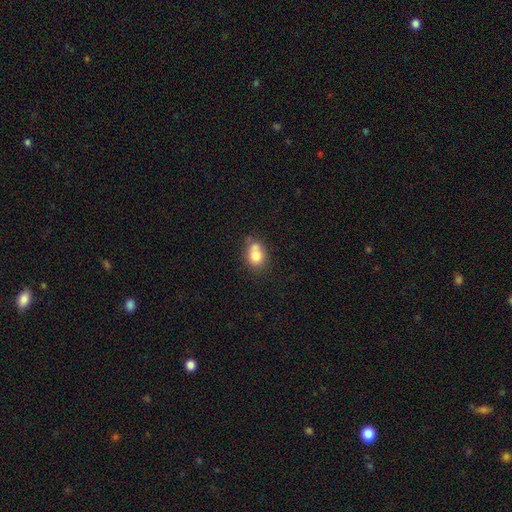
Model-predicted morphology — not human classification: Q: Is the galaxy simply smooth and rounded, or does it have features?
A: smooth — 77%.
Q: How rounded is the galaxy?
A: in between — 57%.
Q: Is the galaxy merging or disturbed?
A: none — 46%.